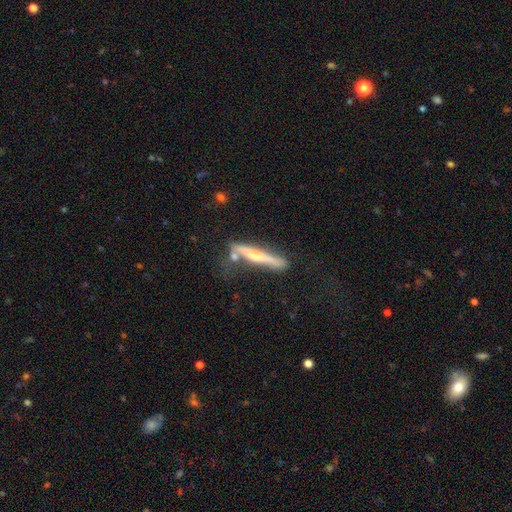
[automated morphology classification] Smooth or featured?
  - featured or disk: 59% *
  - smooth: 35%
  - star or artifact: 6%
Edge-on disk?
  - yes: 92% *
  - no: 8%
Edge-on bulge?
  - rounded: 66% *
  - none: 23%
  - boxy: 10%
Merging?
  - none: 63% *
  - minor disturbance: 19%
  - merger: 12%
  - major disturbance: 6%